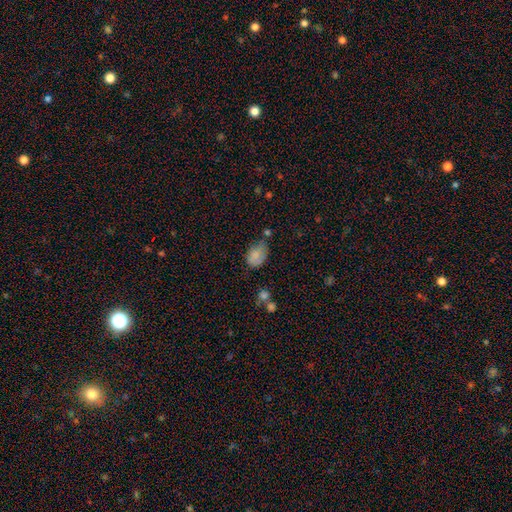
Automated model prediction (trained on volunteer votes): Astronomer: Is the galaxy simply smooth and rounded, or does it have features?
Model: smooth — 80%.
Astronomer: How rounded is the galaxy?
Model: in between — 84%.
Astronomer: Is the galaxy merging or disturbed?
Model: none — 49% (runner-up: minor disturbance, 32%).